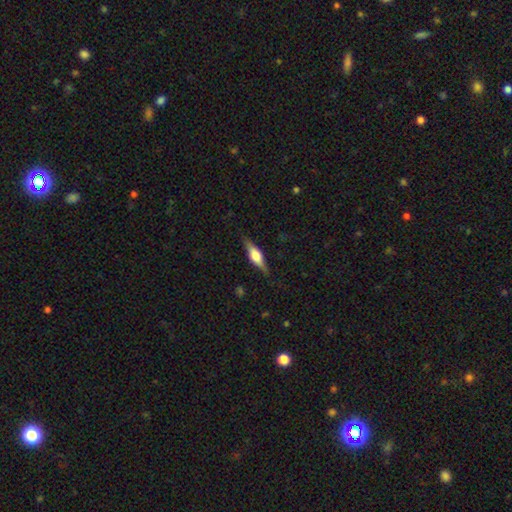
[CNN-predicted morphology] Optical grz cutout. It shows a featured or disk galaxy (62%) viewed edge-on (96%) with a rounded central bulge (89%). Merging: none (85%).